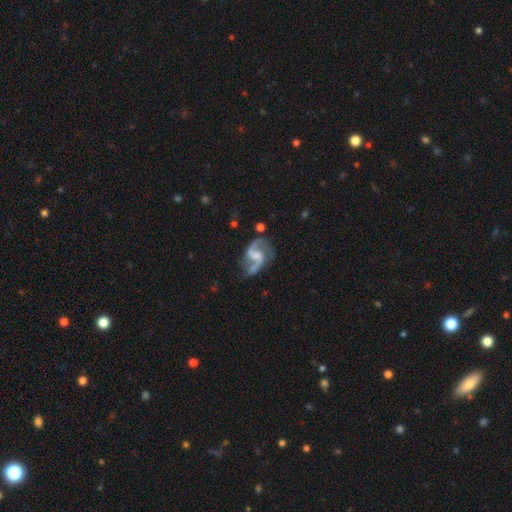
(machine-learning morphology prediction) Smooth or featured? Predicted: featured or disk (p=0.89). Edge-on disk? Predicted: no (p=0.98). Bar? Predicted: weak (p=0.49). Spiral arms? Predicted: yes (p=0.97). Spiral winding? Predicted: medium (p=0.46, tied with loose). Spiral arm count? Predicted: 2 (p=0.91). Bulge size? Predicted: small (p=0.37). Merging? Predicted: none (p=0.60).